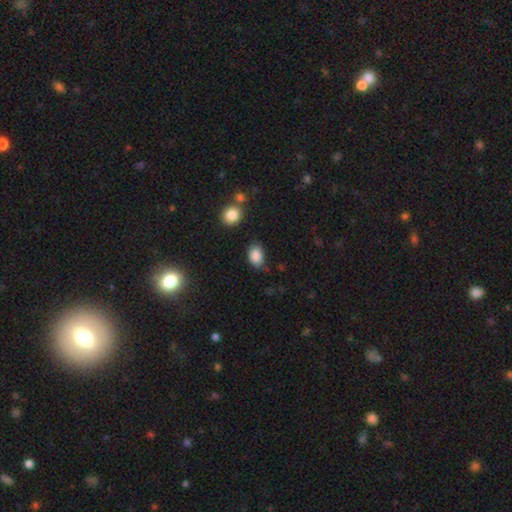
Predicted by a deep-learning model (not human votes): A smooth galaxy with no disk features (87%) that is in between round and cigar-shaped (84%). Merging: none (74%).